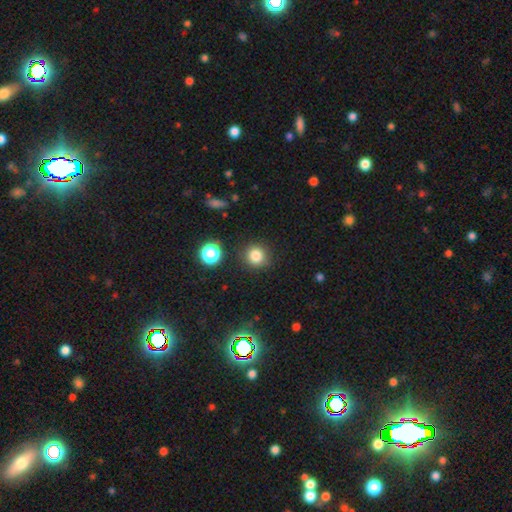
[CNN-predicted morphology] Q: Smooth or featured?
A: smooth (81%); runner-up: star or artifact (14%)
Q: How rounded?
A: round (90%); runner-up: in between (9%)
Q: Merging?
A: none (88%); runner-up: minor disturbance (7%)